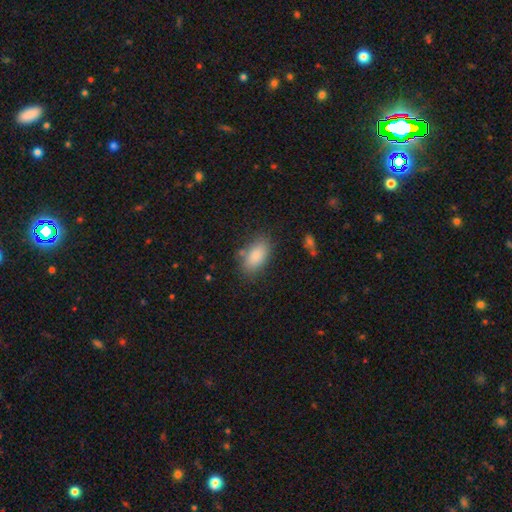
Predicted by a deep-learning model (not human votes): Smooth or featured: smooth — 87% (star or artifact — 7%)
How rounded: in between — 92% (cigar-shaped — 4%)
Merging: none — 75% (minor disturbance — 16%)